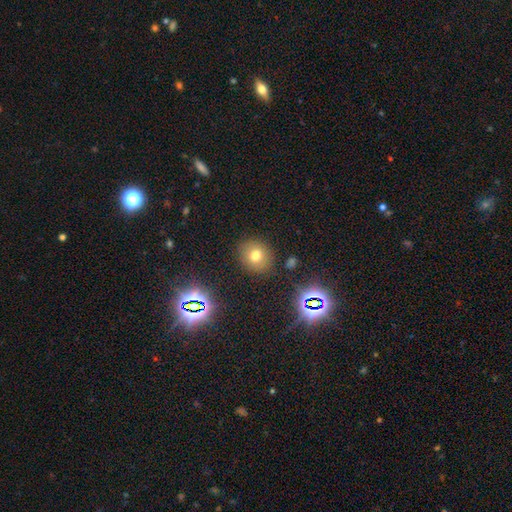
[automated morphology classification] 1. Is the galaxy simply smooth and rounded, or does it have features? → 71% smooth, 18% star or artifact, 11% featured or disk.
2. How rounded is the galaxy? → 80% round, 19% in between, 1% cigar-shaped.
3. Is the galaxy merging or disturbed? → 86% none, 9% minor disturbance, 3% major disturbance, 2% merger.